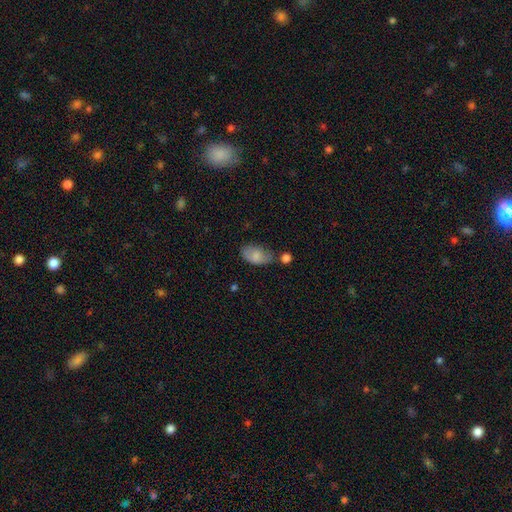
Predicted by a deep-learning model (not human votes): A smooth galaxy with no disk features (78%) that is in between round and cigar-shaped (92%).

Vote fractions:
- Smooth or featured? smooth: 78% / featured or disk: 15% / star or artifact: 7%
- How rounded? in between: 92% / round: 5% / cigar-shaped: 2%
- Merging? none: 47% / minor disturbance: 31% / merger: 12% / major disturbance: 10%